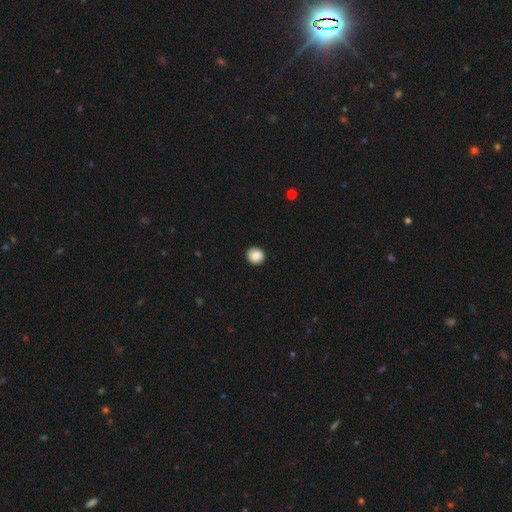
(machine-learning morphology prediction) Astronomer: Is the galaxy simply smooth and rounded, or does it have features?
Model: smooth — 87%.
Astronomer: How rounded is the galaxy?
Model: round — 90%.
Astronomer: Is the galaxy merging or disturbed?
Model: none — 91%.